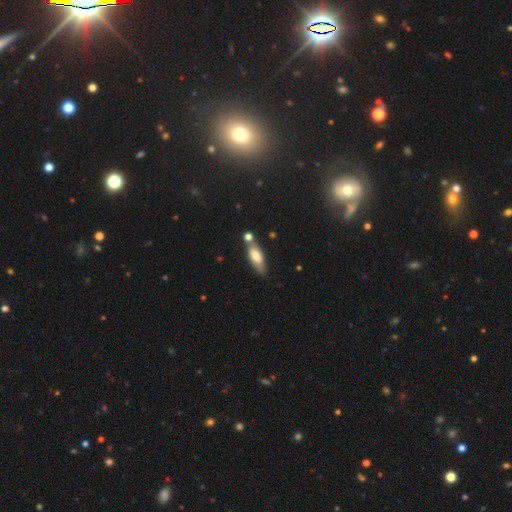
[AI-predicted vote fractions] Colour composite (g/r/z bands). It shows a smooth galaxy with no disk features (70%) that is in between round and cigar-shaped (66%). Merging: none (60%).